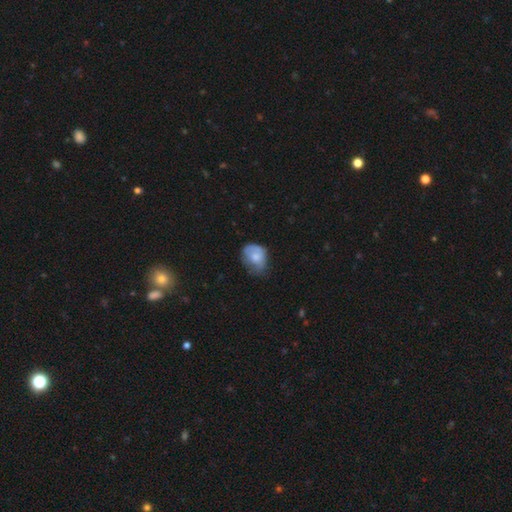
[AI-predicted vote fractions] smooth-or-featured: smooth: 68% | featured or disk: 24% | star or artifact: 8%
  how-rounded: in between: 59% | round: 40% | cigar-shaped: 1%
  merging: minor disturbance: 40% | none: 33% | major disturbance: 24% | merger: 2%